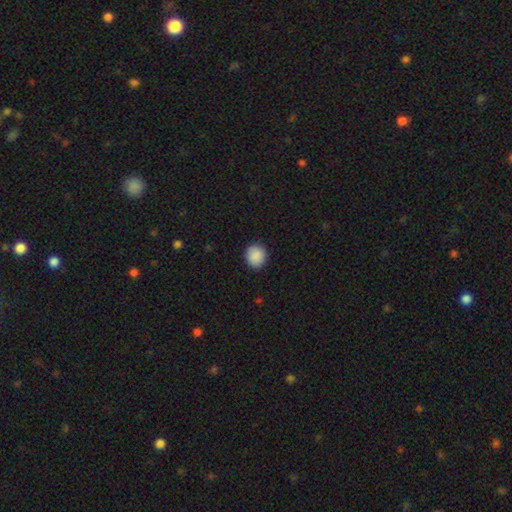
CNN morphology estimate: A smooth galaxy with no disk features (90%) that is round (81%). Merging: none (90%).